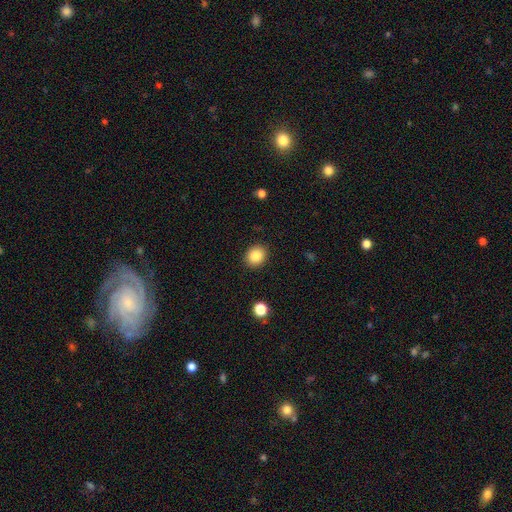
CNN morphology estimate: smooth-or-featured: smooth: 86% | star or artifact: 9% | featured or disk: 5%
  how-rounded: round: 65% | in between: 34% | cigar-shaped: 1%
  merging: none: 90% | minor disturbance: 7% | major disturbance: 2% | merger: 1%